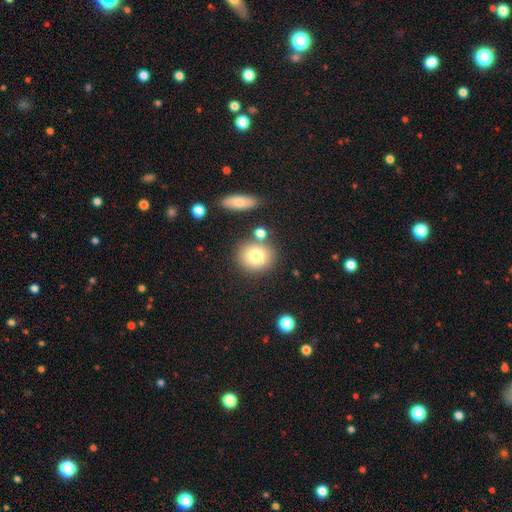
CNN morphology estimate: smooth 76%, featured or disk 13%, star or artifact 11%. Down the decision tree: how rounded — round (78%); merging — none (74%).